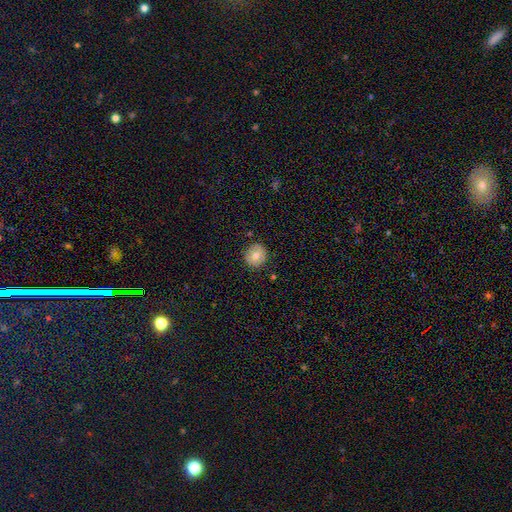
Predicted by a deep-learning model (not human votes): Smooth or featured? Predicted: smooth (p=0.69). How rounded? Predicted: round (p=0.92). Merging? Predicted: none (p=0.86).